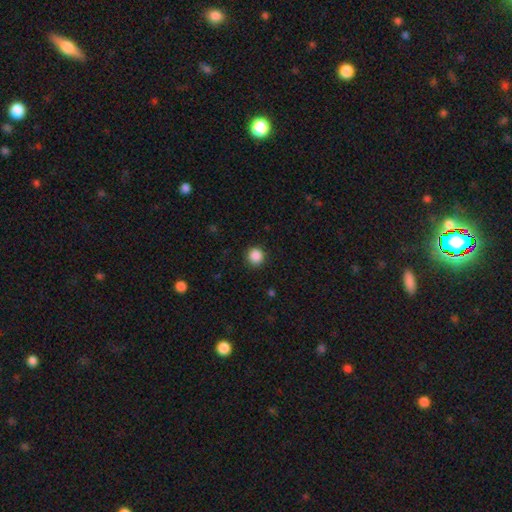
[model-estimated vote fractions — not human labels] Smooth or featured?
  - smooth: 88% *
  - star or artifact: 10%
  - featured or disk: 2%
How rounded?
  - round: 94% *
  - in between: 5%
  - cigar-shaped: 1%
Merging?
  - none: 91% *
  - minor disturbance: 6%
  - major disturbance: 2%
  - merger: 1%